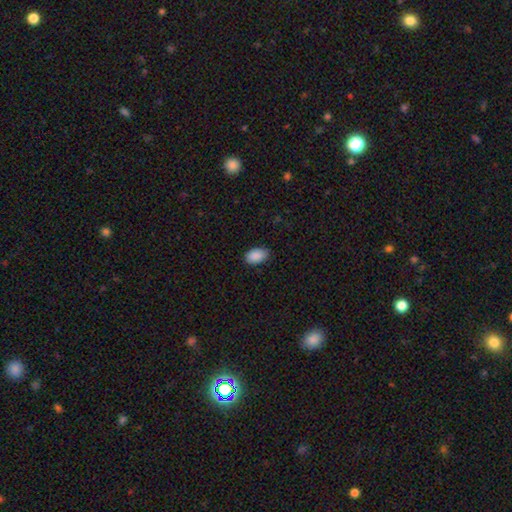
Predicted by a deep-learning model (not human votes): Smooth or featured? Predicted: smooth (p=0.90). How rounded? Predicted: in between (p=0.92). Merging? Predicted: none (p=0.81).